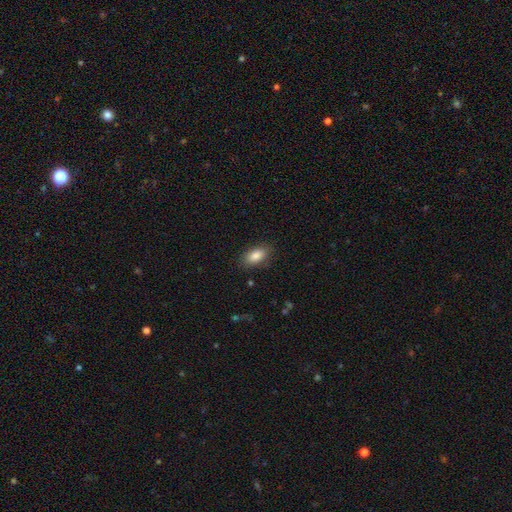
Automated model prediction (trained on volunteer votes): A smooth galaxy with no disk features (86%) that is in between round and cigar-shaped (90%).

Vote fractions:
- Smooth or featured? smooth: 86% / star or artifact: 7% / featured or disk: 7%
- How rounded? in between: 90% / round: 5% / cigar-shaped: 4%
- Merging? none: 85% / minor disturbance: 11% / major disturbance: 3% / merger: 1%